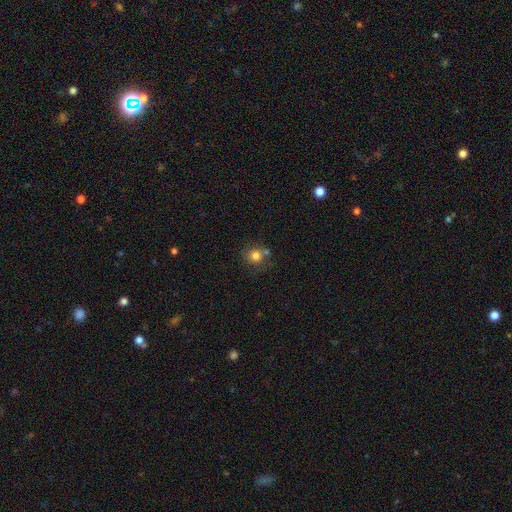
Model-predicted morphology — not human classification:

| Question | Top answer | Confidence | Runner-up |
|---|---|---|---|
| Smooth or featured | smooth | 80% | star or artifact (12%) |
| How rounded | round | 87% | in between (12%) |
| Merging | none | 64% | merger (19%) |